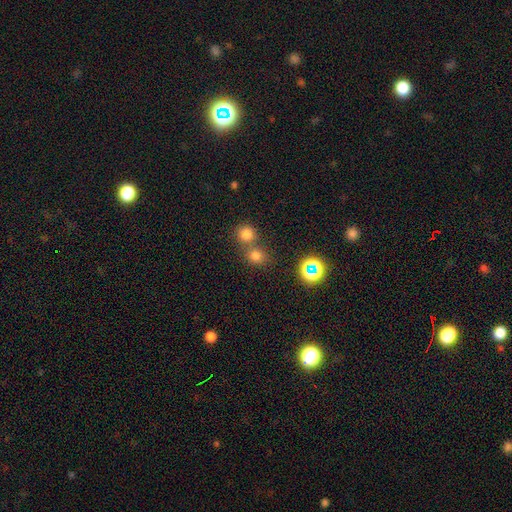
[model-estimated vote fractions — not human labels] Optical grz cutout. It shows a smooth galaxy with no disk features (72%) that is round (82%). Merging: none (56%).